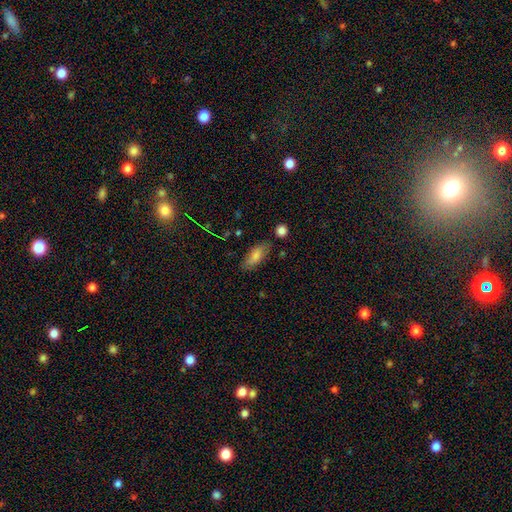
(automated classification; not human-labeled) Smooth or featured? Predicted: smooth (p=0.70). How rounded? Predicted: in between (p=0.75). Merging? Predicted: none (p=0.80).